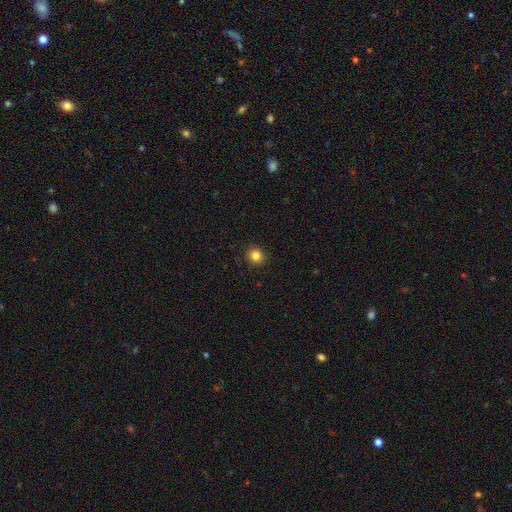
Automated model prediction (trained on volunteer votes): Smooth or featured: smooth — 83% (star or artifact — 12%)
How rounded: round — 84% (in between — 15%)
Merging: none — 91% (minor disturbance — 6%)